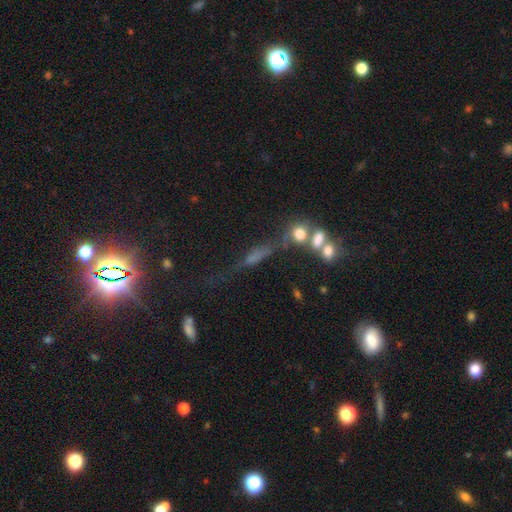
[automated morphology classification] type=featured or disk (37%); merging=none (45%).